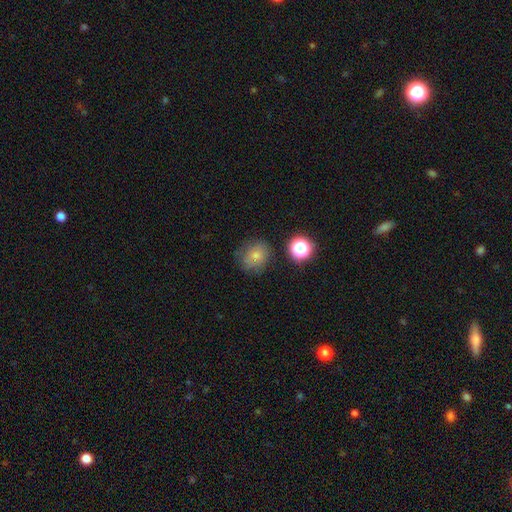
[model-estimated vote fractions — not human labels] Smooth or featured: smooth — 74% (star or artifact — 14%)
How rounded: round — 73% (in between — 26%)
Merging: none — 73% (minor disturbance — 18%)